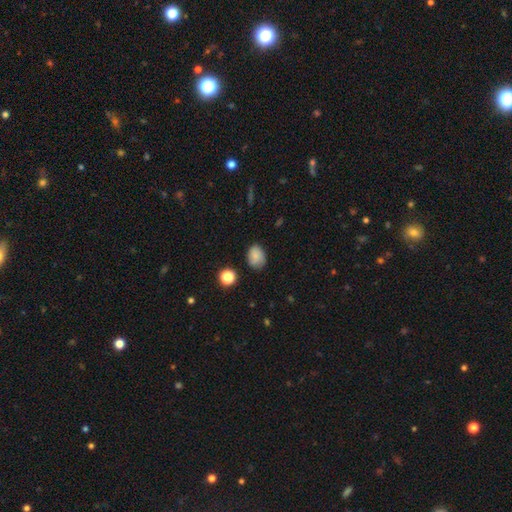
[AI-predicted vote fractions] smooth-or-featured: smooth: 82% | star or artifact: 10% | featured or disk: 8%
  how-rounded: in between: 69% | round: 30% | cigar-shaped: 1%
  merging: none: 73% | minor disturbance: 21% | major disturbance: 4% | merger: 2%